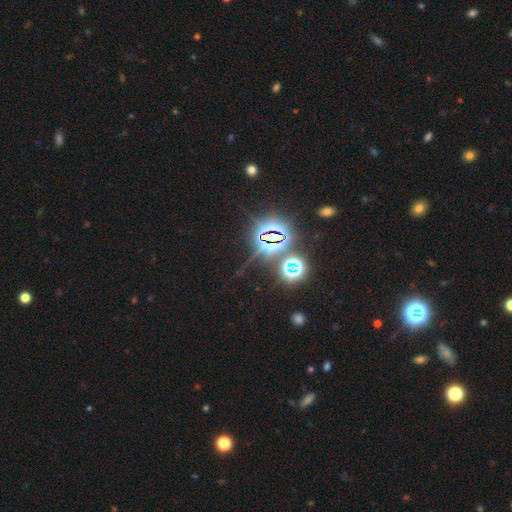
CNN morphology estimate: A star or artifact, not a galaxy (80%).